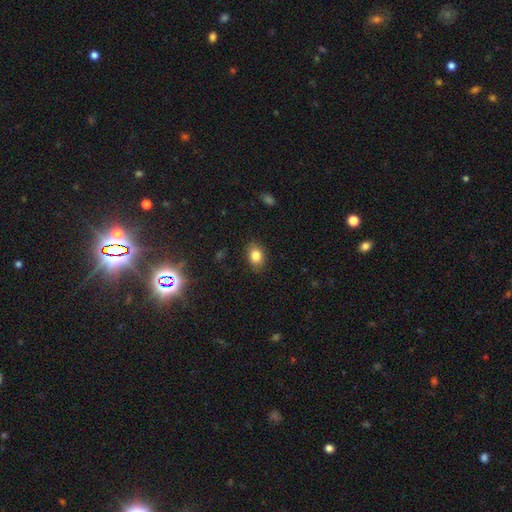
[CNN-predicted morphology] This appears to be a smooth galaxy with no disk features (82%) that is in between round and cigar-shaped (71%). Merging: none (86%).